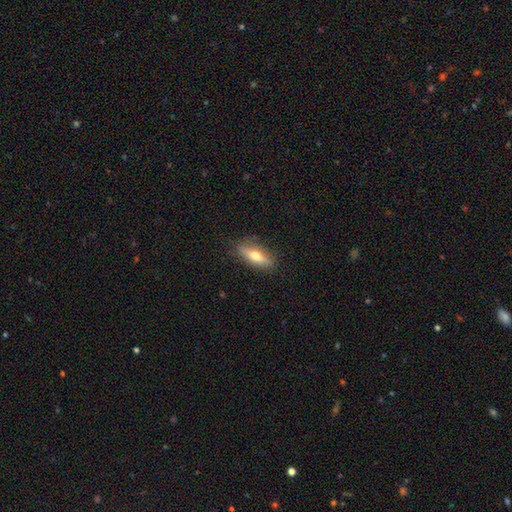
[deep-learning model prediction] Smooth or featured?
  - smooth: 57% *
  - featured or disk: 36%
  - star or artifact: 7%
How rounded?
  - in between: 52% *
  - cigar-shaped: 45%
  - round: 3%
Merging?
  - none: 84% *
  - minor disturbance: 12%
  - major disturbance: 3%
  - merger: 1%